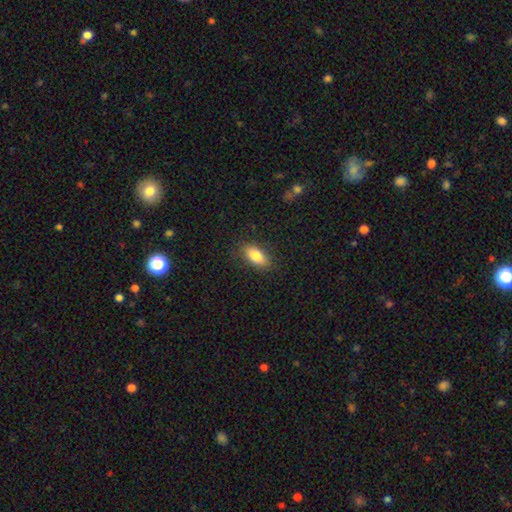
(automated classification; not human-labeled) smooth_or_featured: smooth (p=0.83) [alt: featured or disk p=0.09]
how_rounded: in between (p=0.87) [alt: cigar-shaped p=0.09]
merging: none (p=0.86) [alt: minor disturbance p=0.10]